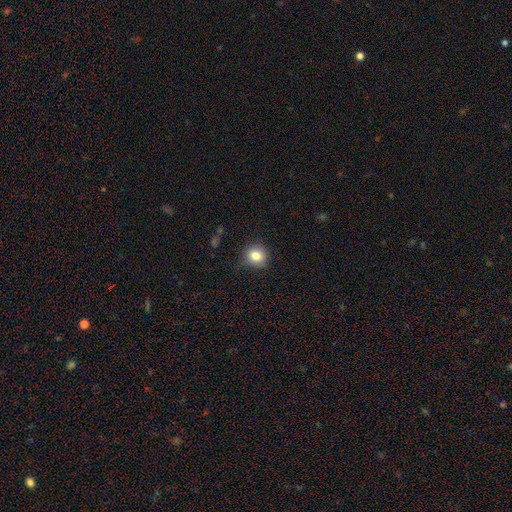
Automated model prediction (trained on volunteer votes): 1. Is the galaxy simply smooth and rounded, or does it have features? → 82% smooth, 11% star or artifact, 7% featured or disk.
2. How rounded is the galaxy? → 88% round, 11% in between, 1% cigar-shaped.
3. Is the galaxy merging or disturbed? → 77% none, 18% minor disturbance, 4% major disturbance, 1% merger.